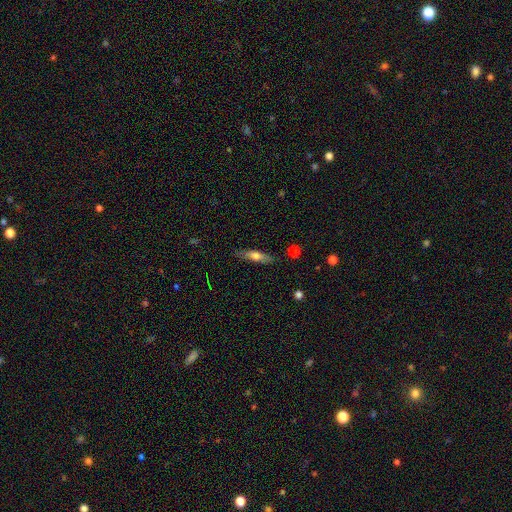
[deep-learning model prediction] smooth 56%, featured or disk 37%, star or artifact 7%. Down the decision tree: how rounded — cigar-shaped (76%); merging — none (83%).